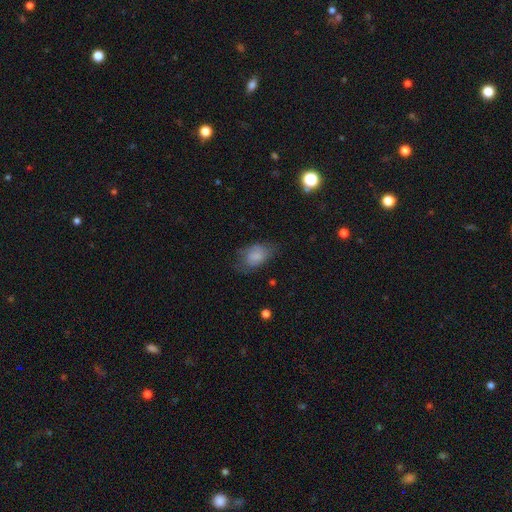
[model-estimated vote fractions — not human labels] The model was most divided on "merging": none: 53%, minor disturbance: 30%, major disturbance: 15%, merger: 2%. More confident: how rounded — in between (87%); smooth or featured — smooth (75%).